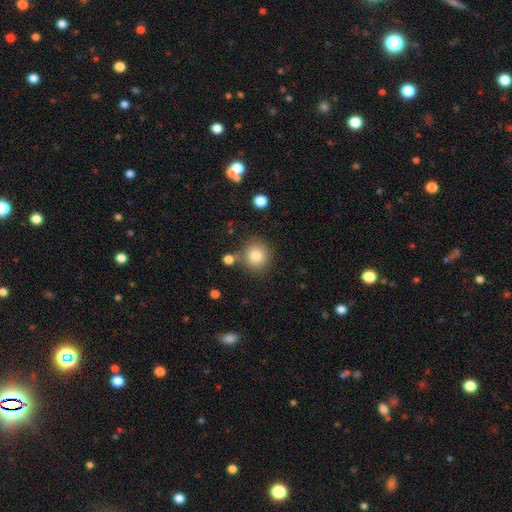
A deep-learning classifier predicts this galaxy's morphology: Smooth or featured: smooth — 83% (star or artifact — 10%)
How rounded: round — 90% (in between — 9%)
Merging: none — 77% (minor disturbance — 11%)